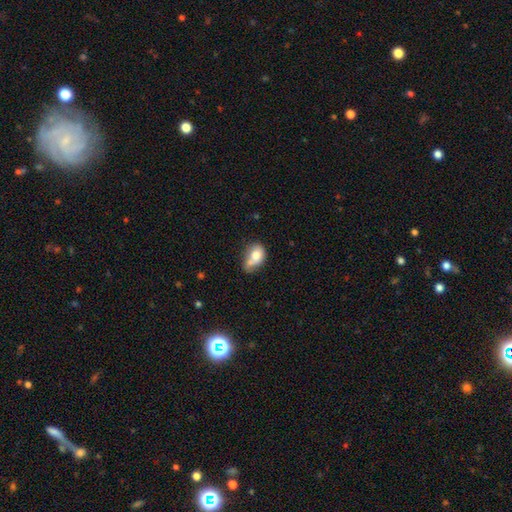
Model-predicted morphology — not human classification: Q: Smooth or featured?
A: smooth (73%); runner-up: featured or disk (18%)
Q: How rounded?
A: in between (72%); runner-up: round (26%)
Q: Merging?
A: merger (32%); runner-up: none (30%)